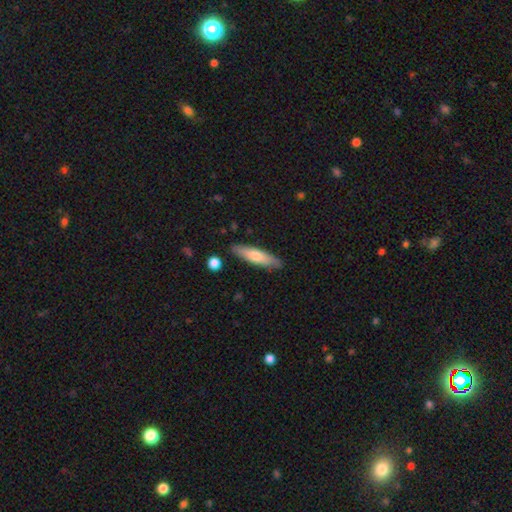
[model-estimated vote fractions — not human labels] This is likely a smooth galaxy (66%). How rounded: likely cigar-shaped (71%). Merging: clearly none (87%).